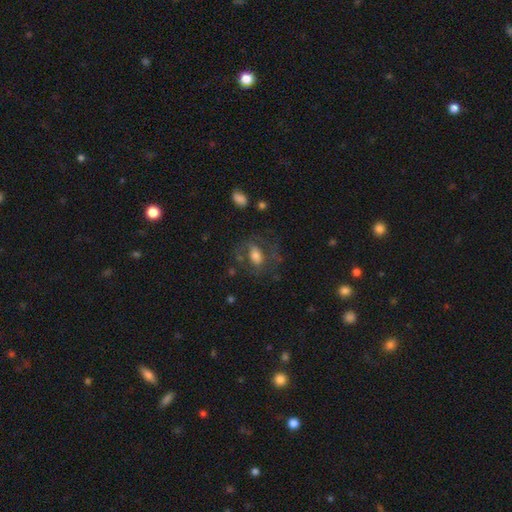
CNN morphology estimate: Q: Smooth or featured?
A: smooth (56%); runner-up: featured or disk (34%)
Q: How rounded?
A: in between (73%); runner-up: round (25%)
Q: Merging?
A: none (54%); runner-up: major disturbance (23%)